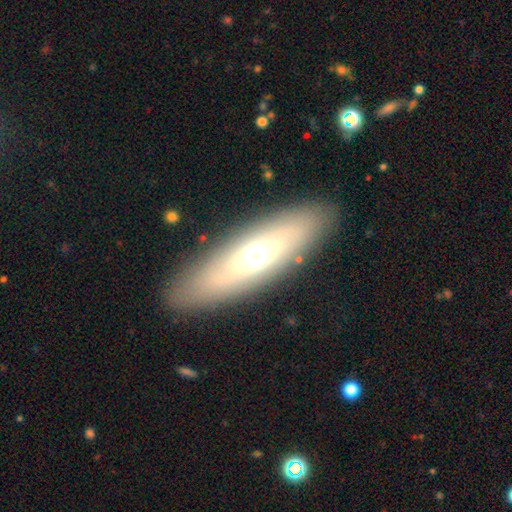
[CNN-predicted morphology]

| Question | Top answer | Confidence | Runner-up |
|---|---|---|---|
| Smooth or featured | smooth | 47% | tied: featured or disk (47%) |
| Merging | none | 86% | minor disturbance (10%) |